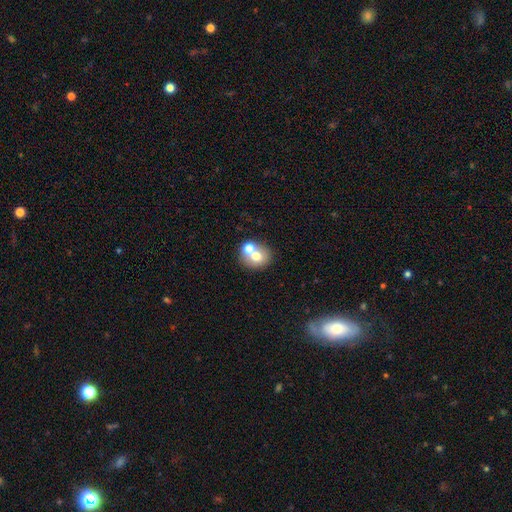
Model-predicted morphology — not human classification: This appears to be a smooth galaxy with no disk features (68%) that is round (73%). Merging: none (47%).